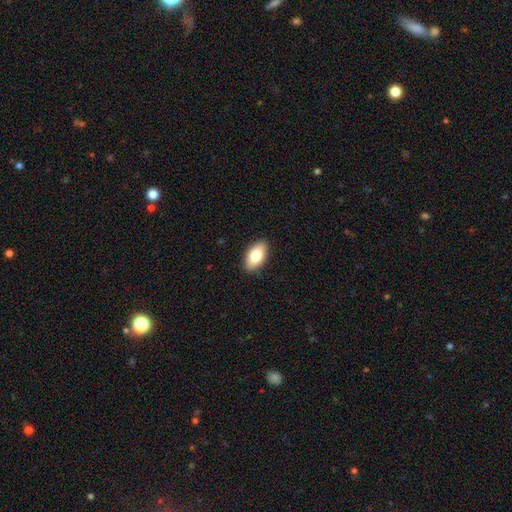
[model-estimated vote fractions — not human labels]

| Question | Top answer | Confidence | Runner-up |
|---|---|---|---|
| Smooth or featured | smooth | 80% | featured or disk (13%) |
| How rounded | in between | 93% | round (4%) |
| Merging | none | 88% | minor disturbance (9%) |